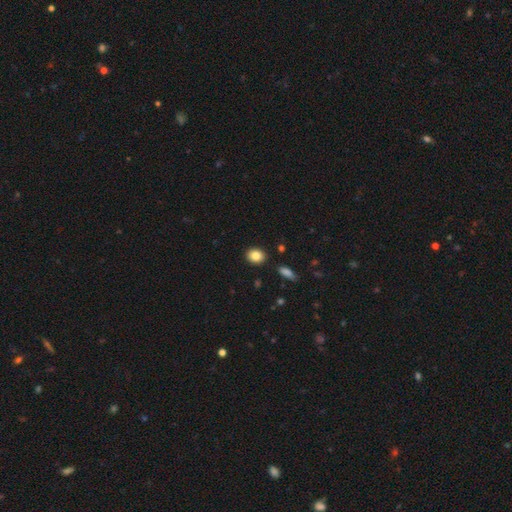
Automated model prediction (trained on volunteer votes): A smooth galaxy with no disk features (85%) that is round (52%).

Vote fractions:
- Smooth or featured? smooth: 85% / star or artifact: 9% / featured or disk: 6%
- How rounded? round: 52% / in between: 47% / cigar-shaped: 1%
- Merging? none: 89% / minor disturbance: 7% / merger: 2% / major disturbance: 2%